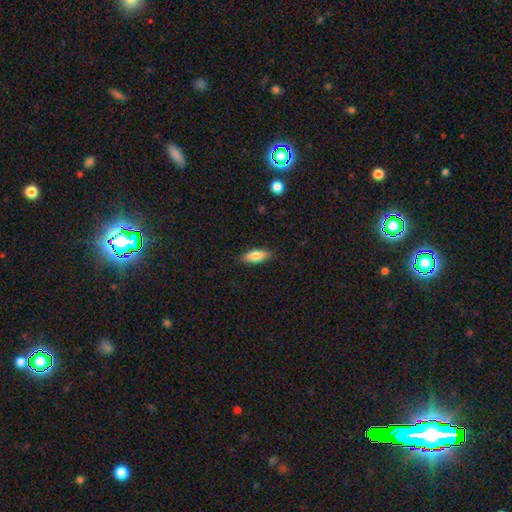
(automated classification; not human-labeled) smooth 80%, featured or disk 13%, star or artifact 6%. Down the decision tree: how rounded — in between (73%); merging — none (87%).